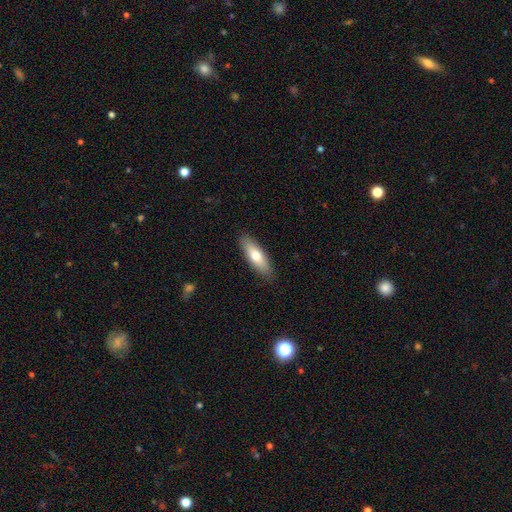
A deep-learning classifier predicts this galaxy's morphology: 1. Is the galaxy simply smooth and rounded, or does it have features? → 68% smooth, 26% featured or disk, 6% star or artifact.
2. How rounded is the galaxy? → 53% in between, 45% cigar-shaped, 2% round.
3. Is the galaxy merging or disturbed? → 88% none, 9% minor disturbance, 2% major disturbance, 1% merger.